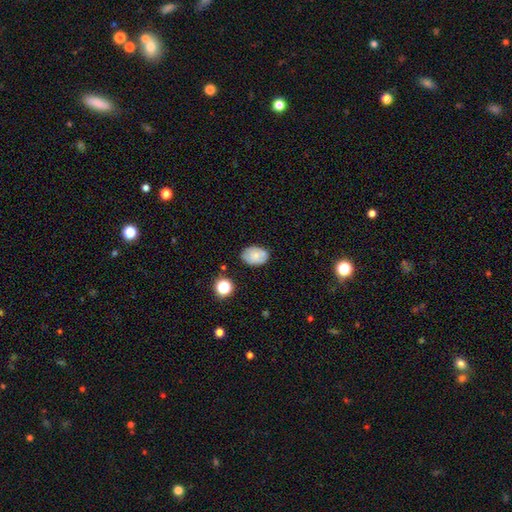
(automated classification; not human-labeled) Morphology: type=smooth (72%); roundness=in between (81%); merging=none (74%).